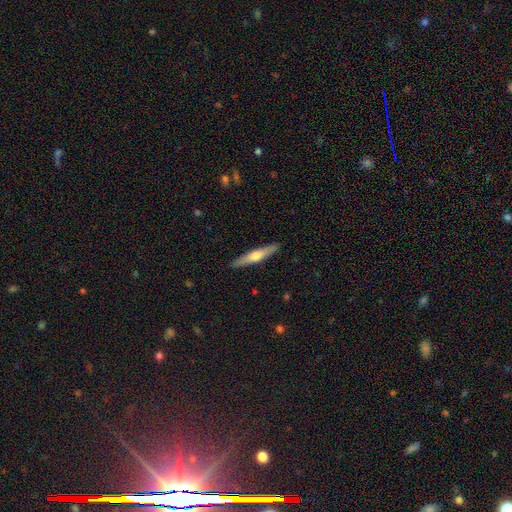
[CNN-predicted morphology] The model was most divided on "smooth or featured": featured or disk: 53%, smooth: 42%, star or artifact: 5%. More confident: edge-on disk — yes (96%); merging — none (91%); edge-on bulge — rounded (87%).